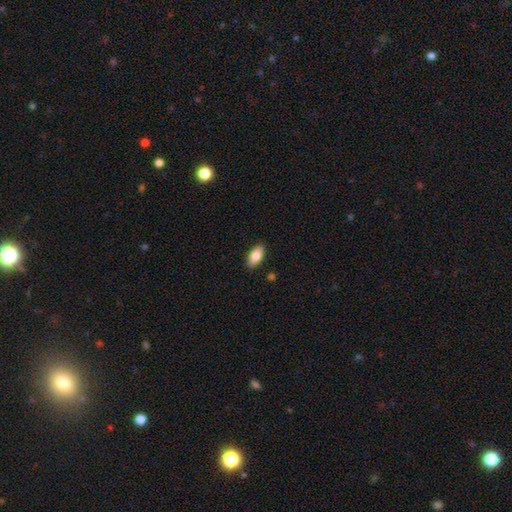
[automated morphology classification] smooth 83%, featured or disk 11%, star or artifact 6%. Down the decision tree: how rounded — in between (92%); merging — none (89%).